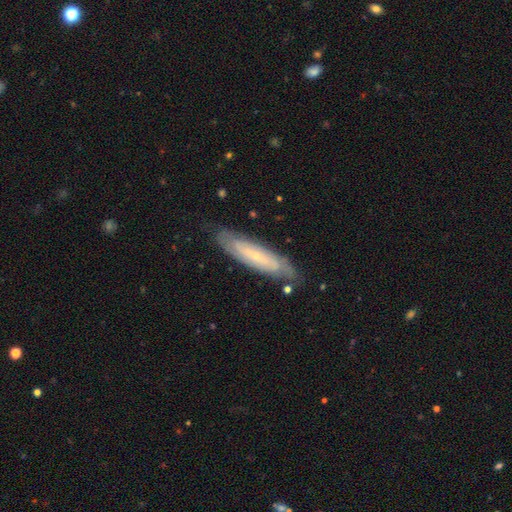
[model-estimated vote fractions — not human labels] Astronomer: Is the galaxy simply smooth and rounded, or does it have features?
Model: featured or disk — 65%.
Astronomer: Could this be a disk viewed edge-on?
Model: no — 64%.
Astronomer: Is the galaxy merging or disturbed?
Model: none — 79%.